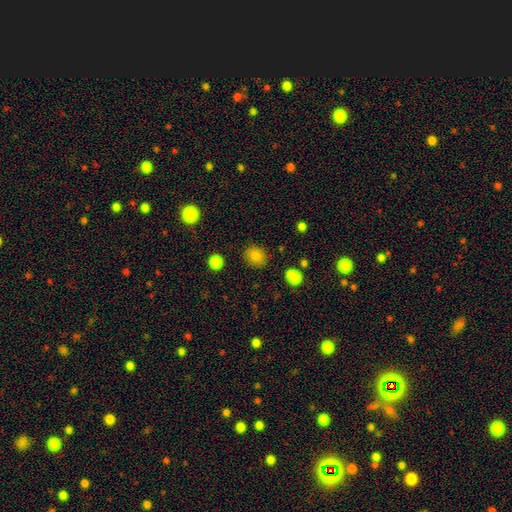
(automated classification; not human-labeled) Smooth or featured? smooth (83%)
How rounded? round (73%)
Merging? none (85%)